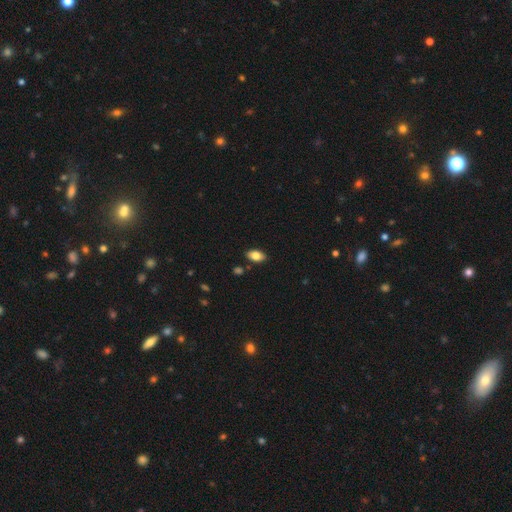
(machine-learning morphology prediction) Overall: smooth (81%). How rounded: in between (92%). Merging: none (86%).